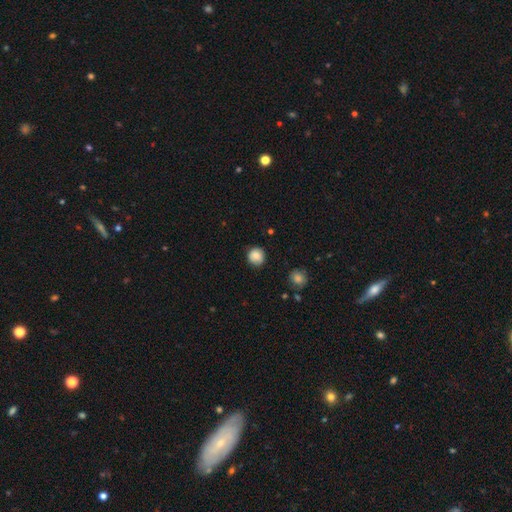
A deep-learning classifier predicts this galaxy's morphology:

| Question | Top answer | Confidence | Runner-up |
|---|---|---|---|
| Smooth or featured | smooth | 85% | star or artifact (9%) |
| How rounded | round | 91% | in between (9%) |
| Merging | none | 83% | minor disturbance (13%) |